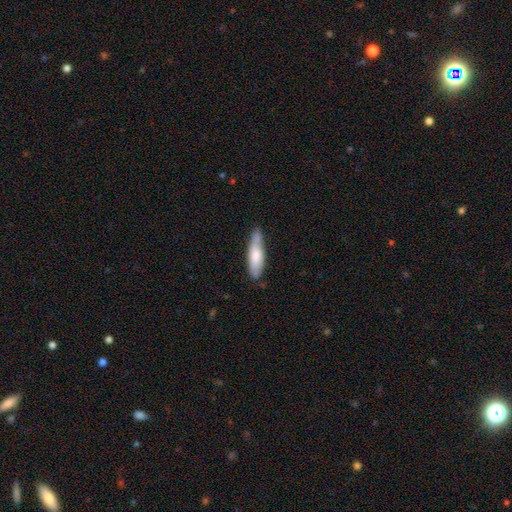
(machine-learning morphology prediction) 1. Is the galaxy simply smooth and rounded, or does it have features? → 71% smooth, 24% featured or disk, 5% star or artifact.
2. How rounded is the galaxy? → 63% cigar-shaped, 35% in between, 1% round.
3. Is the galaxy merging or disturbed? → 67% none, 26% minor disturbance, 5% major disturbance, 3% merger.